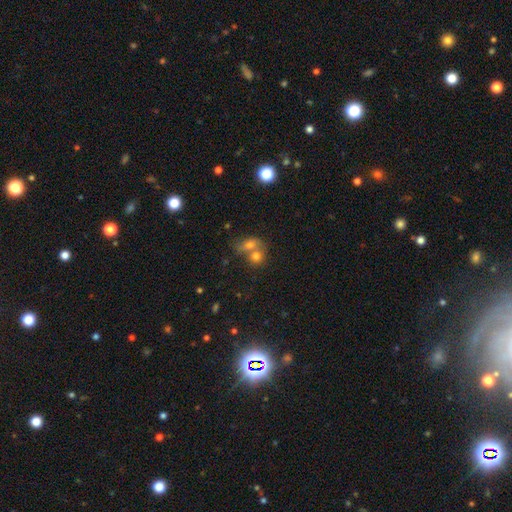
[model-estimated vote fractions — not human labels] A smooth galaxy with no disk features (50%) that is round (69%). Merging: merger (54%).